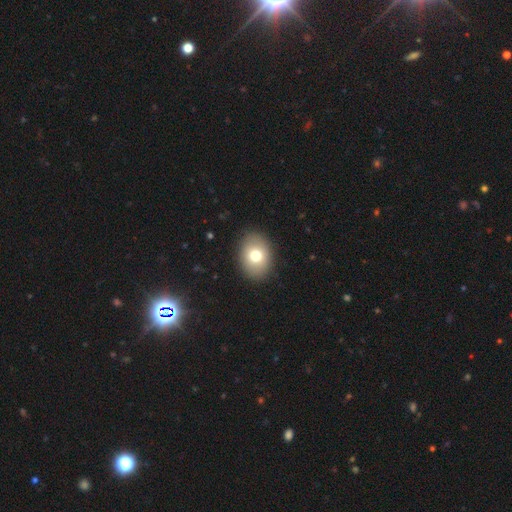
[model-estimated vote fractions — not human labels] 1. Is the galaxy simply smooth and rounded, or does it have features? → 75% smooth, 16% featured or disk, 9% star or artifact.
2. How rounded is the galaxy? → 65% in between, 34% round, 1% cigar-shaped.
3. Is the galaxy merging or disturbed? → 88% none, 8% minor disturbance, 3% major disturbance, 1% merger.